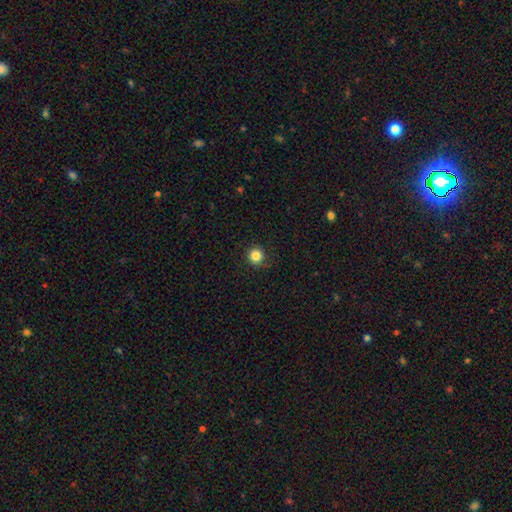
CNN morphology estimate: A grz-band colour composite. It shows a smooth galaxy with no disk features (84%) that is round (95%). Merging: none (86%).